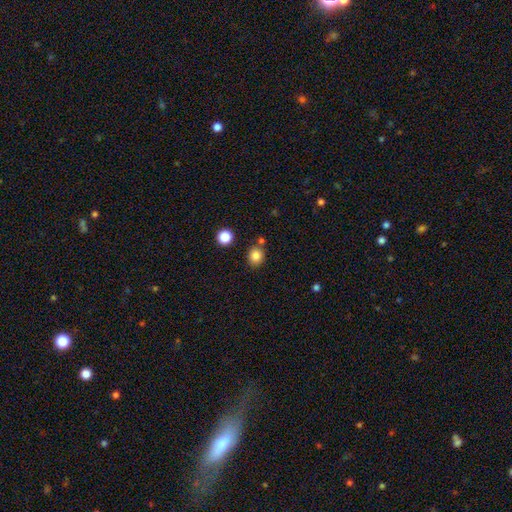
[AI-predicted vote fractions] smooth-or-featured: smooth: 84% | star or artifact: 11% | featured or disk: 5%
  how-rounded: round: 79% | in between: 20% | cigar-shaped: 1%
  merging: none: 78% | minor disturbance: 10% | merger: 10% | major disturbance: 3%